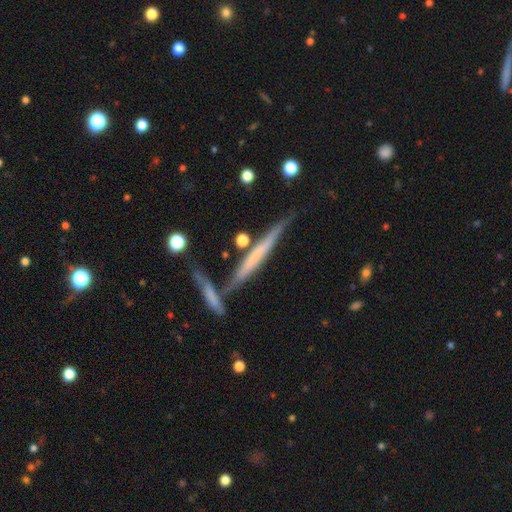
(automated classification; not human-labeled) A featured or disk galaxy (53%) viewed edge-on (93%).

Vote fractions:
- Smooth or featured? featured or disk: 53% / smooth: 40% / star or artifact: 7%
- Edge-on disk? yes: 93% / no: 7%
- Merging? none: 66% / merger: 17% / minor disturbance: 13% / major disturbance: 4%